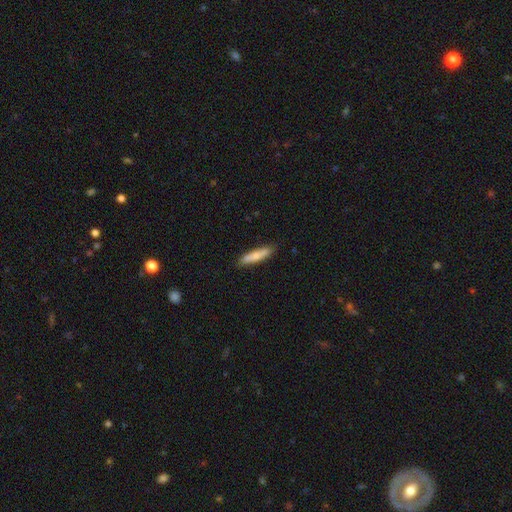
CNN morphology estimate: Q: Smooth or featured?
A: smooth (75%); runner-up: featured or disk (19%)
Q: How rounded?
A: cigar-shaped (82%); runner-up: in between (16%)
Q: Merging?
A: none (84%); runner-up: minor disturbance (12%)